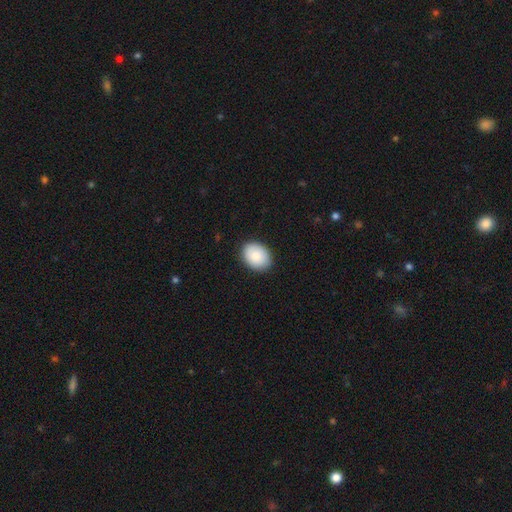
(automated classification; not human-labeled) A smooth galaxy with no disk features (87%) that is in between round and cigar-shaped (69%).

Vote fractions:
- Smooth or featured? smooth: 87% / featured or disk: 7% / star or artifact: 6%
- How rounded? in between: 69% / round: 30% / cigar-shaped: 1%
- Merging? none: 89% / minor disturbance: 8% / major disturbance: 2% / merger: 1%